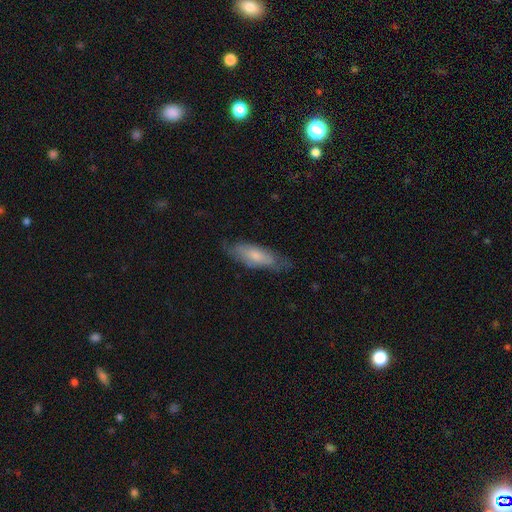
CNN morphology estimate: smooth-or-featured: smooth: 62% | featured or disk: 32% | star or artifact: 6%
  how-rounded: in between: 54% | cigar-shaped: 44% | round: 2%
  merging: none: 68% | minor disturbance: 23% | major disturbance: 7% | merger: 1%